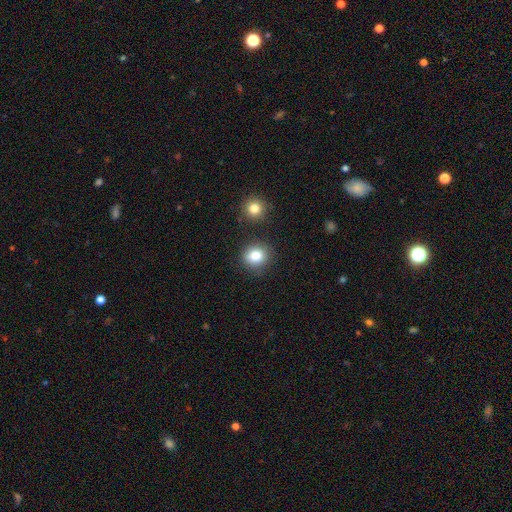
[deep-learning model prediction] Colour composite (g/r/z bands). It shows a smooth galaxy with no disk features (81%) that is round (82%). Merging: none (83%).